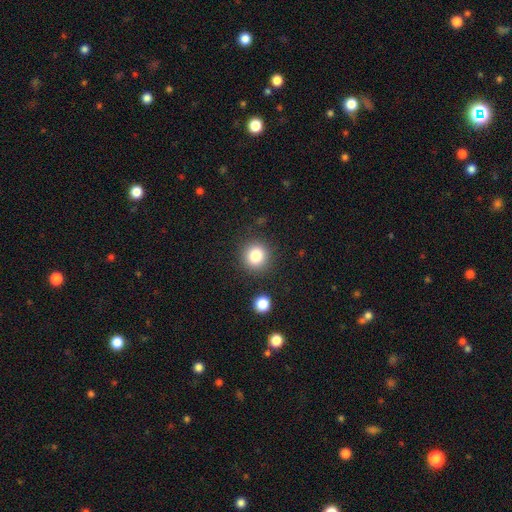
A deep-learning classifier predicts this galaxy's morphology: smooth_or_featured: smooth (p=0.82) [alt: star or artifact p=0.12]
how_rounded: round (p=0.91) [alt: in between p=0.08]
merging: none (p=0.87) [alt: minor disturbance p=0.07]